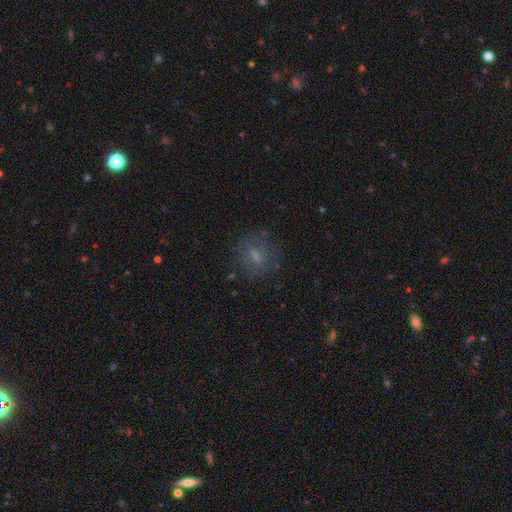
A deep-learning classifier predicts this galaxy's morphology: smooth_or_featured: smooth (p=0.54) [alt: featured or disk p=0.31]
how_rounded: round (p=0.59) [alt: in between p=0.36]
merging: none (p=0.73) [alt: minor disturbance p=0.15]